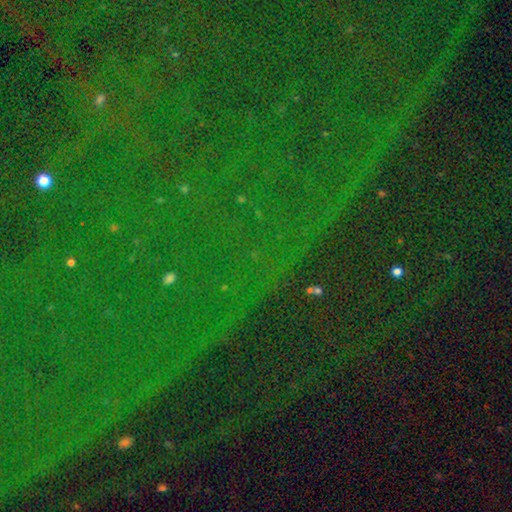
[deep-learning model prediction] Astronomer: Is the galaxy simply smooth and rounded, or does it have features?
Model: star or artifact — 84%.